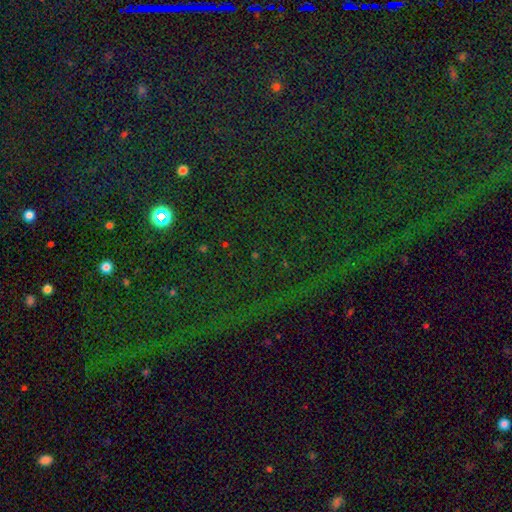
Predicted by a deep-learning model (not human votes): star or artifact 75%, smooth 17%, featured or disk 8%.